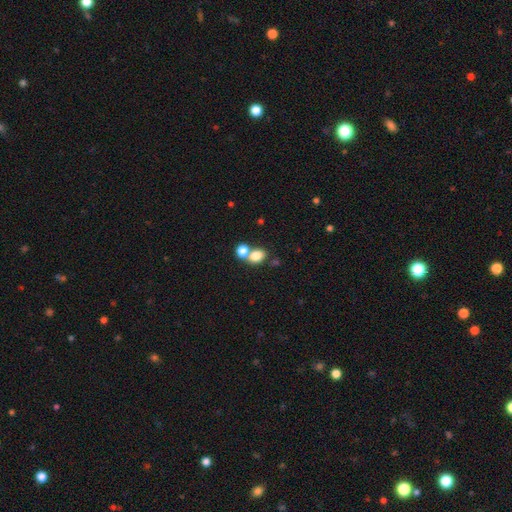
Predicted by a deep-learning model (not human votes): This is likely a smooth galaxy (79%). How rounded: likely in between (61%). Merging: possibly none (48%).